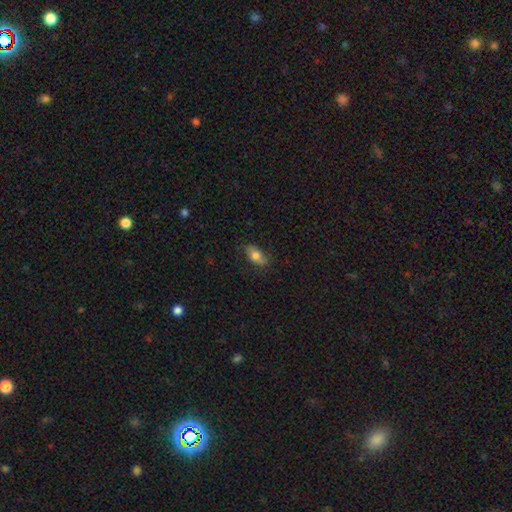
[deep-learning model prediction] Smooth or featured? Predicted: smooth (p=0.74). How rounded? Predicted: in between (p=0.87). Merging? Predicted: none (p=0.75).